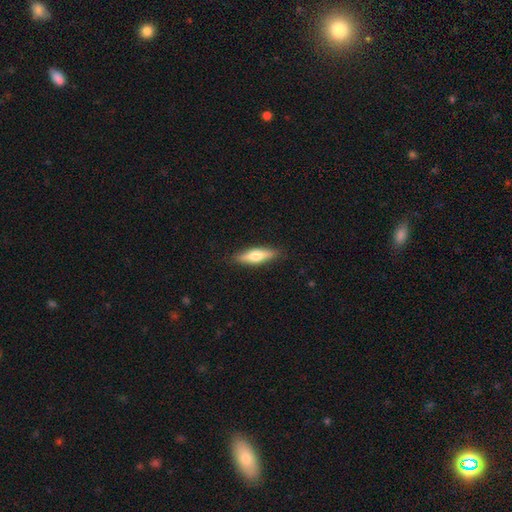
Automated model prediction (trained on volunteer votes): smooth-or-featured: smooth: 53% | featured or disk: 41% | star or artifact: 6%
  how-rounded: cigar-shaped: 64% | in between: 33% | round: 2%
  merging: none: 89% | minor disturbance: 9% | major disturbance: 2% | merger: 1%